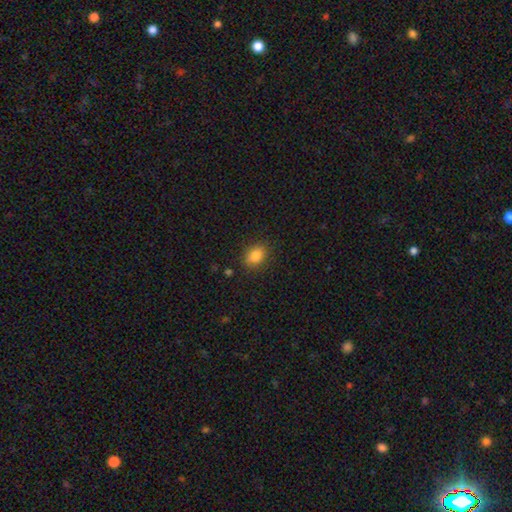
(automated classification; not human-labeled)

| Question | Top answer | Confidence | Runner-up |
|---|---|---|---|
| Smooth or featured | smooth | 84% | star or artifact (10%) |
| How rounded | in between | 69% | round (30%) |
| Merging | none | 86% | minor disturbance (10%) |